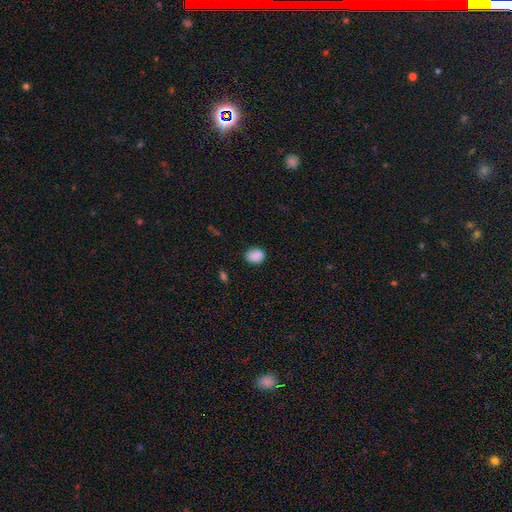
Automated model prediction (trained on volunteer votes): Smooth or featured? smooth (88%)
How rounded? in between (56%)
Merging? none (80%)